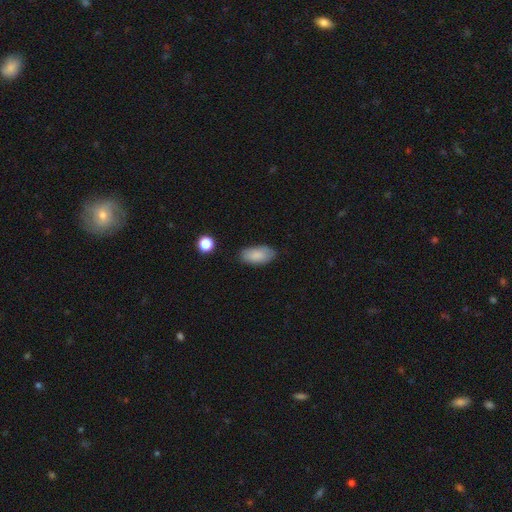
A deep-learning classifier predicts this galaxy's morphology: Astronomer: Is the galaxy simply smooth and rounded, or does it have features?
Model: smooth — 85%.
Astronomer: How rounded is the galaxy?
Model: in between — 93%.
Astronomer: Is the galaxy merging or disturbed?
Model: none — 80%.